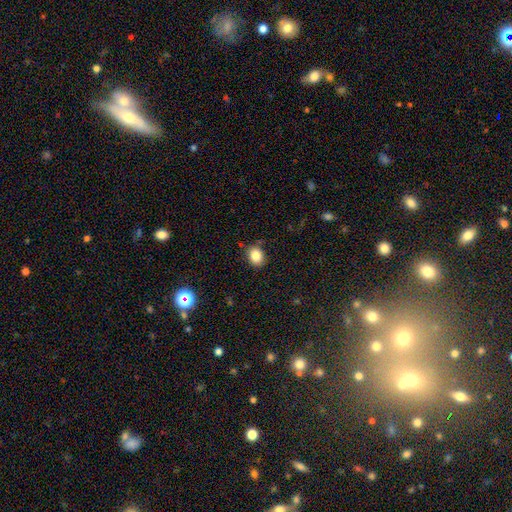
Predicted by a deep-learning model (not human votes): smooth-or-featured: smooth: 84% | star or artifact: 10% | featured or disk: 6%
  how-rounded: round: 50% | in between: 49% | cigar-shaped: 1%
  merging: none: 82% | minor disturbance: 14% | major disturbance: 3% | merger: 2%